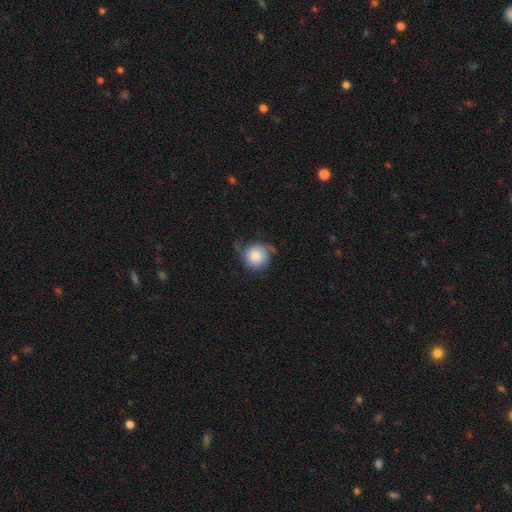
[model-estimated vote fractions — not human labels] A smooth galaxy with no disk features (62%) that is round (89%). Merging: none (50%).